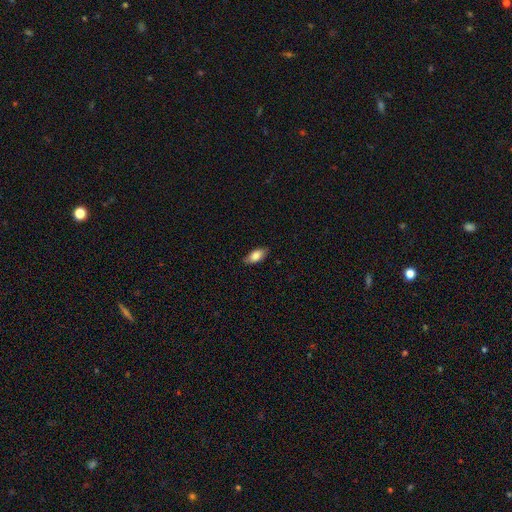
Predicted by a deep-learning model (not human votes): Smooth or featured? Predicted: smooth (p=0.83). How rounded? Predicted: in between (p=0.90). Merging? Predicted: none (p=0.82).